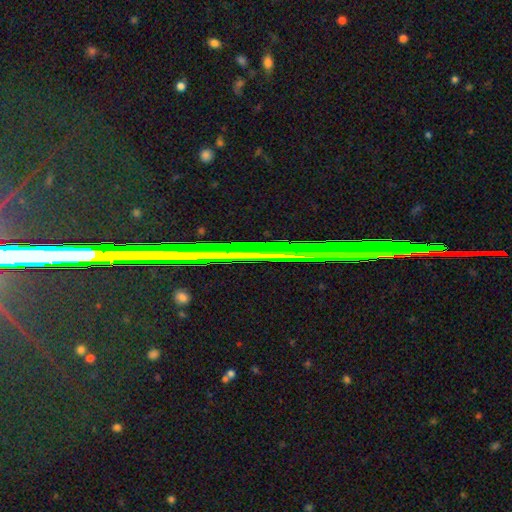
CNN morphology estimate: Smooth or featured? star or artifact (78%)